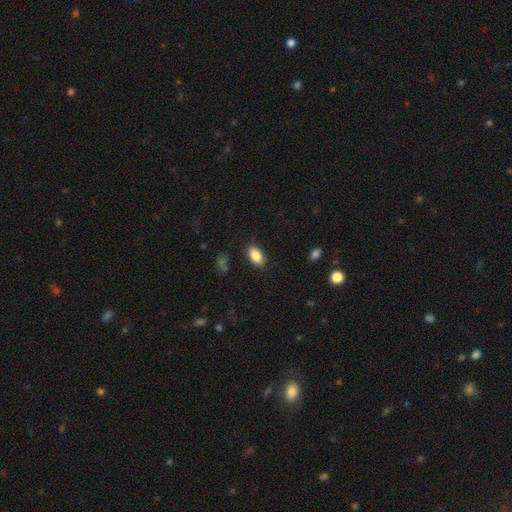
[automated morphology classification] smooth_or_featured: smooth (p=0.85) [alt: star or artifact p=0.08]
how_rounded: in between (p=0.91) [alt: cigar-shaped p=0.05]
merging: none (p=0.85) [alt: minor disturbance p=0.11]